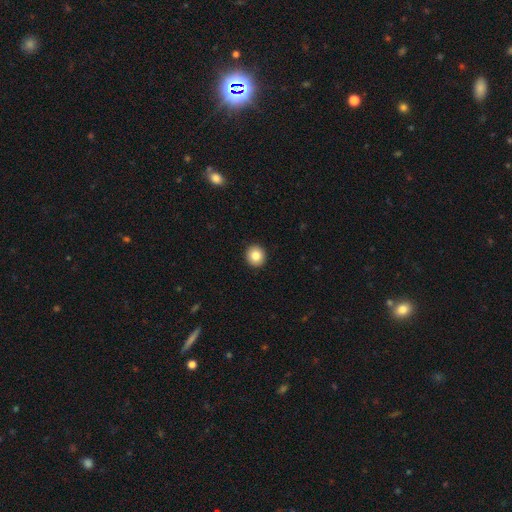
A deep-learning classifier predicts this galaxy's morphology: Smooth or featured?
  - smooth: 84% *
  - star or artifact: 9%
  - featured or disk: 7%
How rounded?
  - round: 91% *
  - in between: 8%
  - cigar-shaped: 1%
Merging?
  - none: 94% *
  - minor disturbance: 4%
  - major disturbance: 1%
  - merger: 1%